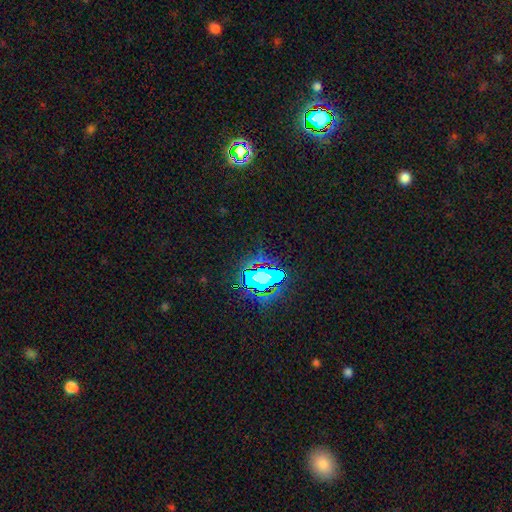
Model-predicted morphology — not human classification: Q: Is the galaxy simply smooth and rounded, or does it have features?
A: star or artifact — 81%.